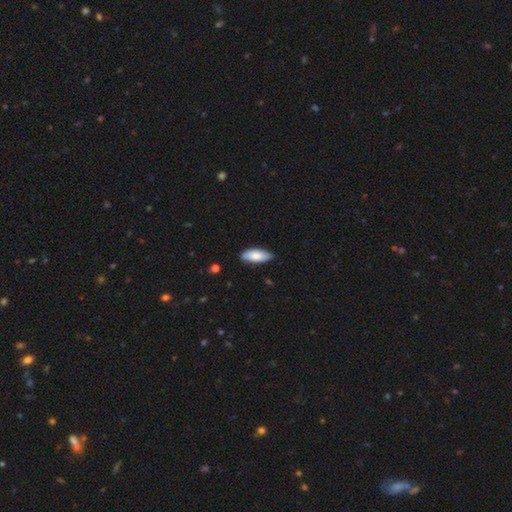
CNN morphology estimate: Smooth or featured? Predicted: smooth (p=0.80). How rounded? Predicted: in between (p=0.82). Merging? Predicted: none (p=0.81).